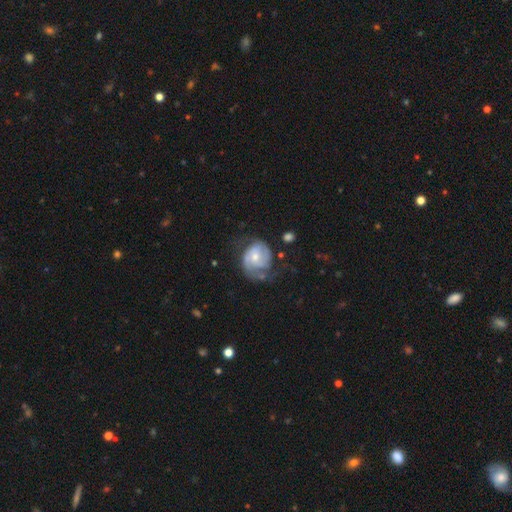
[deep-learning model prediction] Smooth or featured? featured or disk (77%)
Edge-on disk? no (98%)
Bar? no (62%)
Spiral arms? yes (92%)
Spiral winding? tight (44%)
Spiral arm count? 2 (63%)
Bulge size? moderate (50%)
Merging? none (51%)